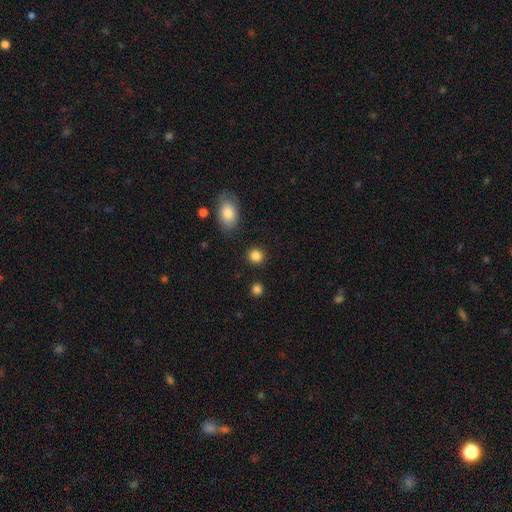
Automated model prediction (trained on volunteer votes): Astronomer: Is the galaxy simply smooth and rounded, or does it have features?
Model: smooth — 86%.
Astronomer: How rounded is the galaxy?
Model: round — 88%.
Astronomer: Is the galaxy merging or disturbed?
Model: none — 89%.